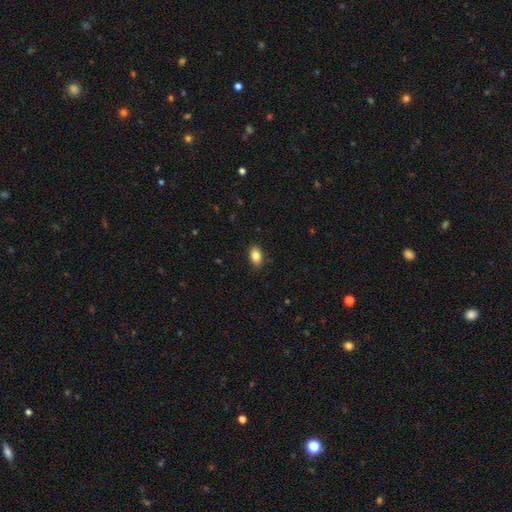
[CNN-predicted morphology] smooth-or-featured: smooth: 84% | star or artifact: 8% | featured or disk: 7%
  how-rounded: in between: 87% | round: 11% | cigar-shaped: 2%
  merging: none: 87% | minor disturbance: 10% | major disturbance: 2% | merger: 1%